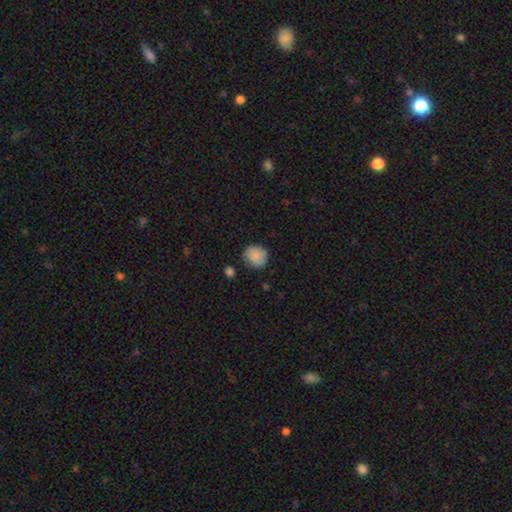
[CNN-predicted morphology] Smooth or featured?
  - smooth: 79% *
  - featured or disk: 14%
  - star or artifact: 8%
How rounded?
  - round: 79% *
  - in between: 20%
  - cigar-shaped: 1%
Merging?
  - none: 72% *
  - minor disturbance: 20%
  - major disturbance: 6%
  - merger: 3%